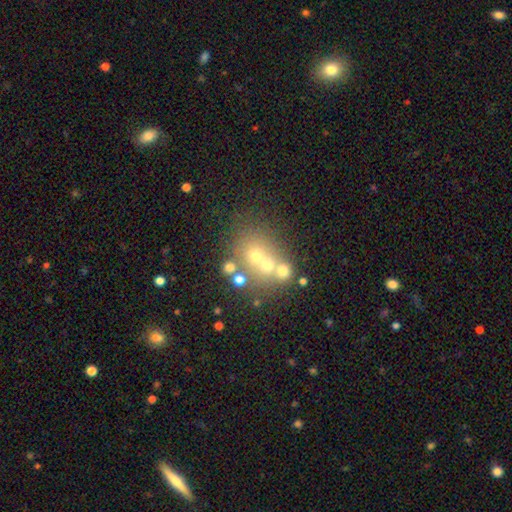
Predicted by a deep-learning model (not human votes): Smooth or featured?
  - smooth: 53% *
  - star or artifact: 24%
  - featured or disk: 23%
How rounded?
  - round: 75% *
  - in between: 24%
  - cigar-shaped: 1%
Merging?
  - none: 47% *
  - merger: 39%
  - minor disturbance: 8%
  - major disturbance: 5%